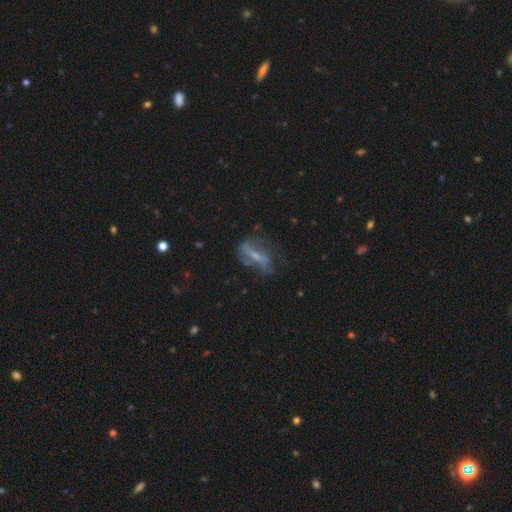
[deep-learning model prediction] Q: Smooth or featured?
A: featured or disk (64%); runner-up: smooth (25%)
Q: Edge-on disk?
A: no (85%); runner-up: yes (15%)
Q: Bar?
A: strong (37%); runner-up: weak (35%)
Q: Spiral arms?
A: yes (57%); runner-up: no (43%)
Q: Bulge size?
A: small (54%); runner-up: moderate (27%)
Q: Merging?
A: none (44%); runner-up: major disturbance (29%)